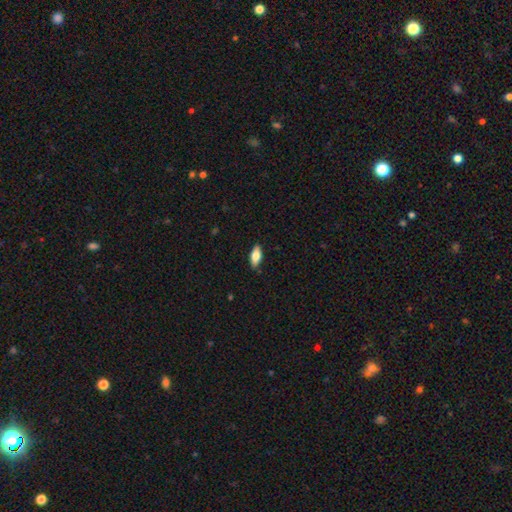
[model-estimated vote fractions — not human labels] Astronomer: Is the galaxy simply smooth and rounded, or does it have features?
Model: smooth — 70%.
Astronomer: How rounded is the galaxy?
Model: in between — 81%.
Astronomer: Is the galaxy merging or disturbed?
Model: none — 87%.